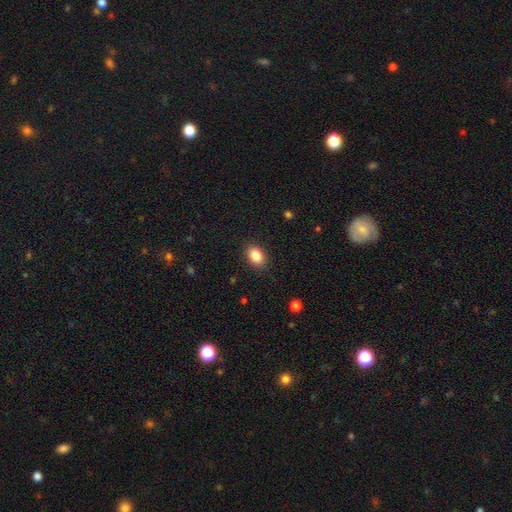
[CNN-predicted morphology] Overall: smooth (86%). How rounded: in between (81%). Merging: none (88%).